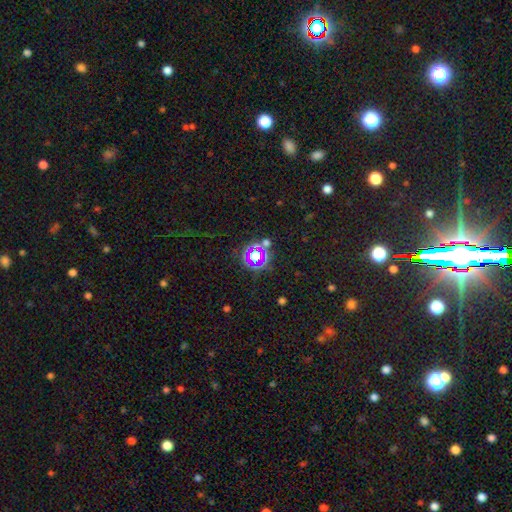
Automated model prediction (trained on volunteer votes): smooth-or-featured: star or artifact: 68% | smooth: 21% | featured or disk: 11%